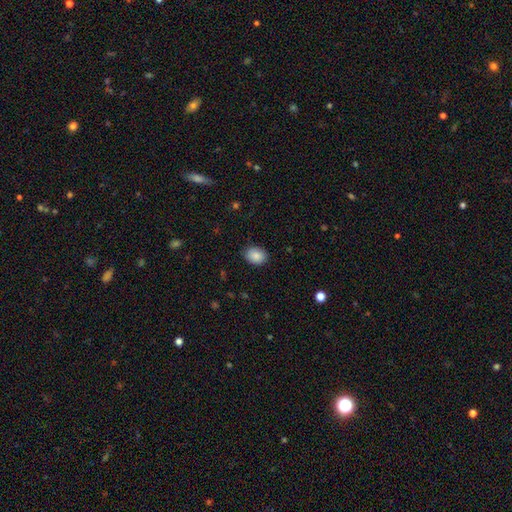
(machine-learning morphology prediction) smooth 88%, star or artifact 8%, featured or disk 4%. Down the decision tree: how rounded — in between (63%); merging — none (85%).